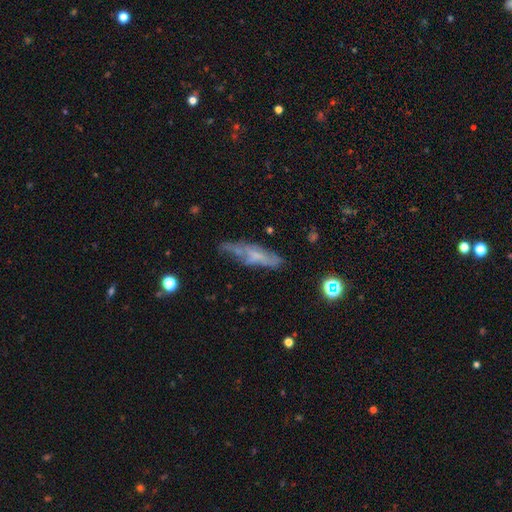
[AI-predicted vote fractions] Overall: featured or disk (50%; smooth 38%). Edge-on disk: no (53%; yes 47%). Merging: none (54%; minor disturbance 27%).